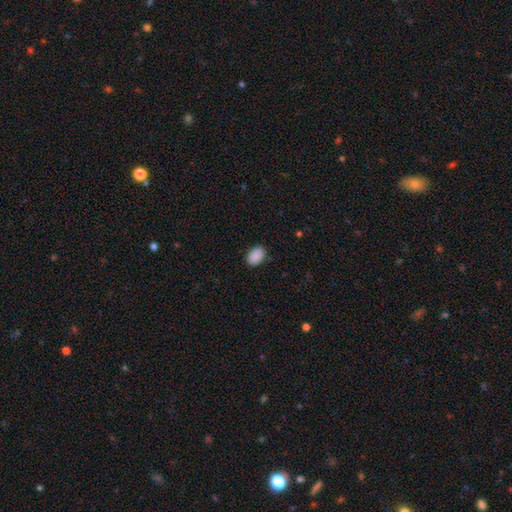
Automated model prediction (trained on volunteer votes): Smooth or featured? Predicted: smooth (p=0.90). How rounded? Predicted: in between (p=0.83). Merging? Predicted: none (p=0.87).